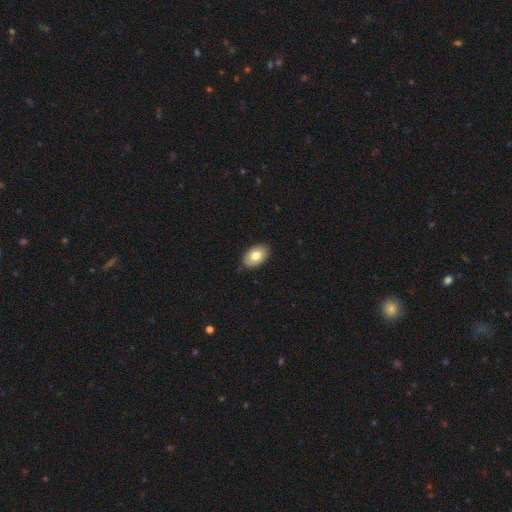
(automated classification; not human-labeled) The model was most divided on "smooth or featured": smooth: 76%, featured or disk: 17%, star or artifact: 7%. More confident: how rounded — in between (91%); merging — none (87%).